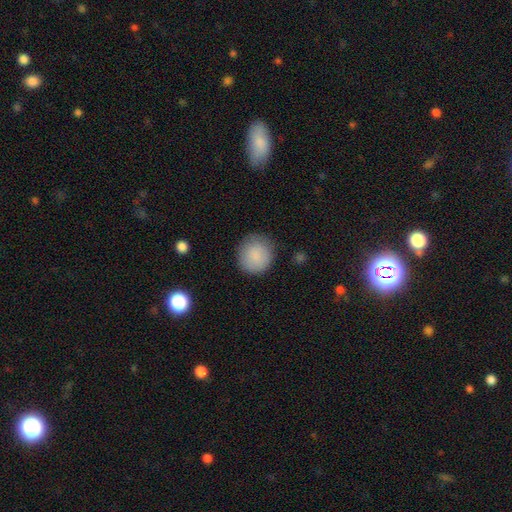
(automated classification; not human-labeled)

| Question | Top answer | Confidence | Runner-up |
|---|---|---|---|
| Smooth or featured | smooth | 87% | star or artifact (7%) |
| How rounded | round | 90% | in between (9%) |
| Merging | none | 80% | minor disturbance (14%) |